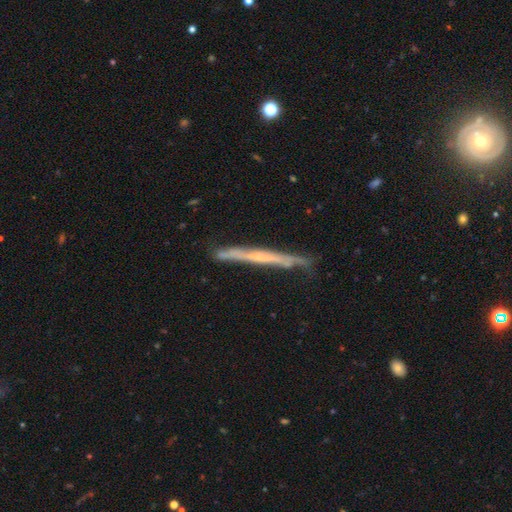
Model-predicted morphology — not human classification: smooth-or-featured: featured or disk: 67% | smooth: 26% | star or artifact: 7%
  disk-edge-on: yes: 96% | no: 4%
    edge-on-bulge: none: 59% | rounded: 35% | boxy: 6%
  merging: none: 84% | minor disturbance: 12% | major disturbance: 2% | merger: 2%